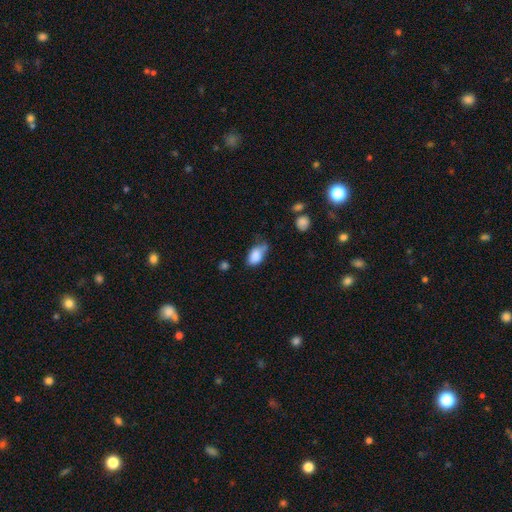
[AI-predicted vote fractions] smooth_or_featured: smooth (p=0.83) [alt: featured or disk p=0.09]
how_rounded: in between (p=0.89) [alt: round p=0.09]
merging: minor disturbance (p=0.40) [alt: none p=0.39]